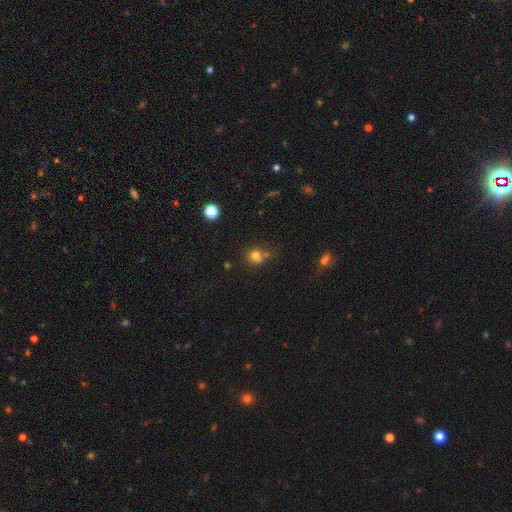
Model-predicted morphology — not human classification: This appears to be a smooth galaxy with no disk features (72%) that is round (78%). Merging: none (47%).